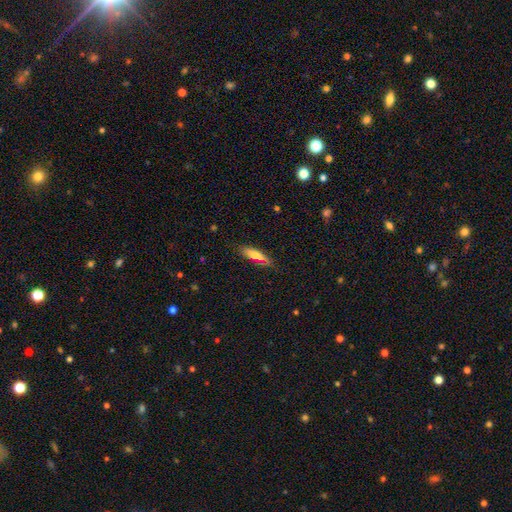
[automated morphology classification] Smooth or featured?
  - smooth: 72% *
  - featured or disk: 21%
  - star or artifact: 7%
How rounded?
  - cigar-shaped: 66% *
  - in between: 32%
  - round: 2%
Merging?
  - none: 78% *
  - minor disturbance: 17%
  - major disturbance: 3%
  - merger: 2%